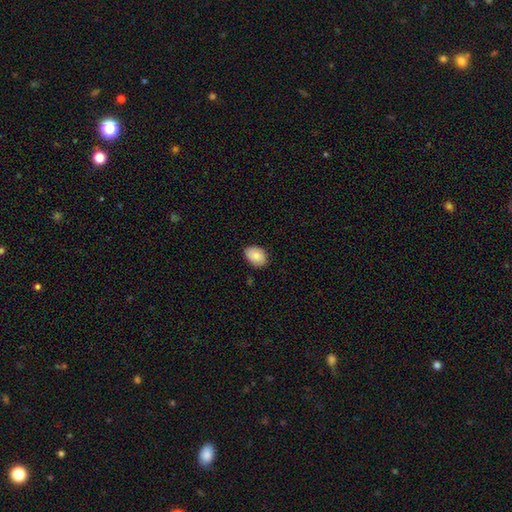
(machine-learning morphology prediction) Smooth or featured: smooth — 83% (featured or disk — 10%)
How rounded: in between — 78% (round — 21%)
Merging: none — 82% (minor disturbance — 14%)